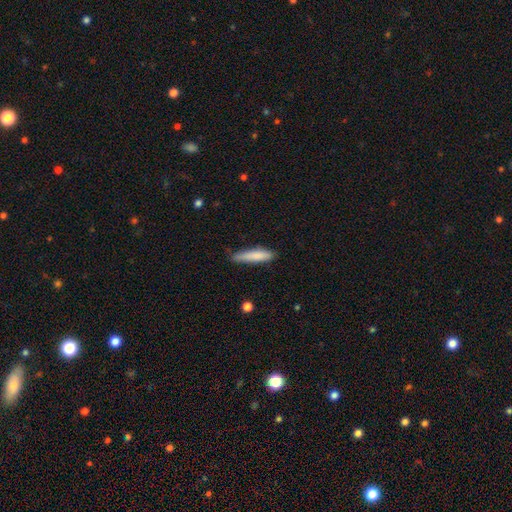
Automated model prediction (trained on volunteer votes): A smooth galaxy with no disk features (81%) that is cigar-shaped (84%).

Vote fractions:
- Smooth or featured? smooth: 81% / featured or disk: 13% / star or artifact: 6%
- How rounded? cigar-shaped: 84% / in between: 14% / round: 1%
- Merging? none: 70% / minor disturbance: 24% / major disturbance: 4% / merger: 2%